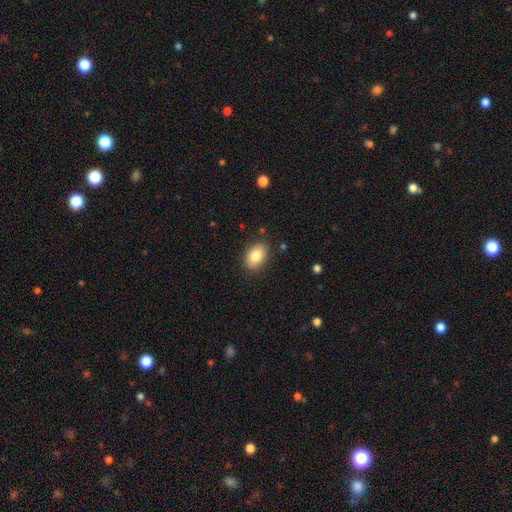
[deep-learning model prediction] smooth_or_featured: smooth (p=0.84) [alt: featured or disk p=0.08]
how_rounded: in between (p=0.86) [alt: round p=0.13]
merging: none (p=0.85) [alt: minor disturbance p=0.11]